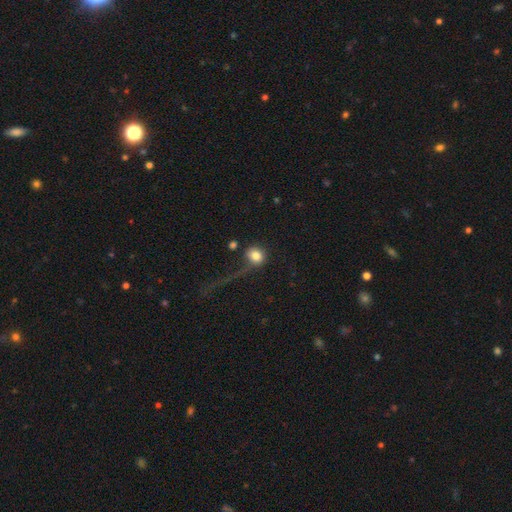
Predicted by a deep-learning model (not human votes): A smooth galaxy with no disk features (79%) that is round (76%). Merging: none (45%).